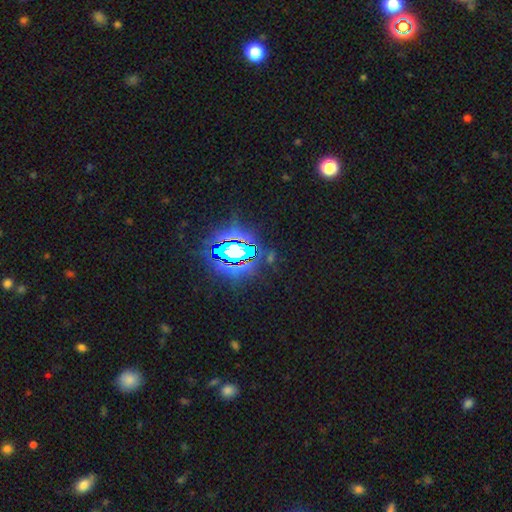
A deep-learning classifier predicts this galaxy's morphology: The model was most divided on "smooth or featured": star or artifact: 82%, smooth: 11%, featured or disk: 8%.